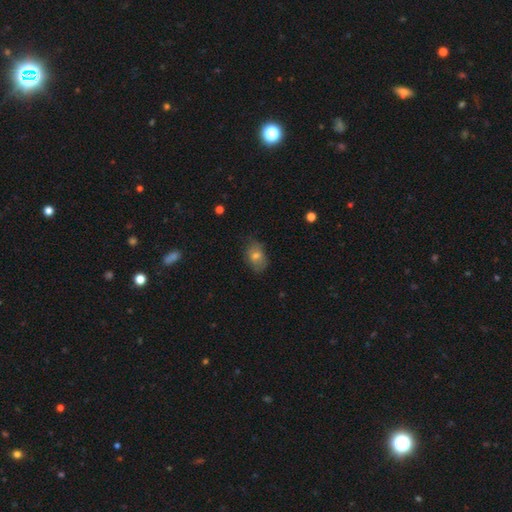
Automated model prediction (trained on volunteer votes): Smooth or featured: smooth — 64% (featured or disk — 25%)
How rounded: in between — 80% (round — 18%)
Merging: none — 70% (minor disturbance — 23%)